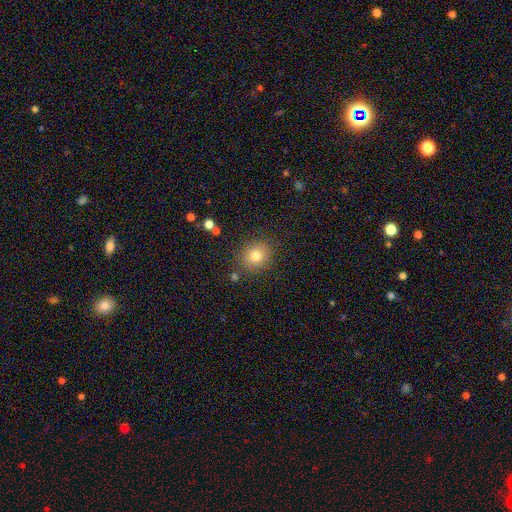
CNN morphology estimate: This is likely a smooth galaxy (79%). How rounded: likely round (78%). Merging: clearly none (85%).